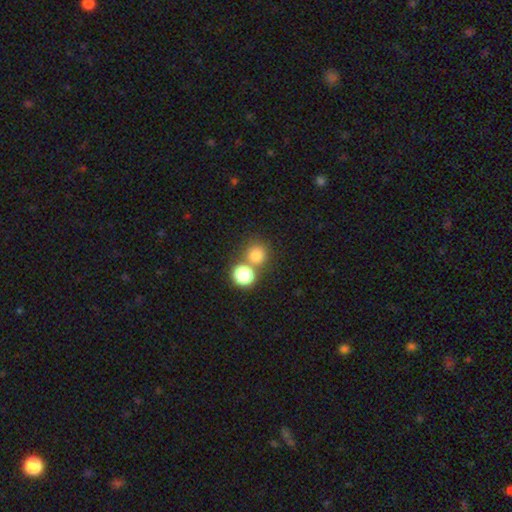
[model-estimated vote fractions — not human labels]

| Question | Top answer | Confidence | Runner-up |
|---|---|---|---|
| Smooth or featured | smooth | 77% | star or artifact (15%) |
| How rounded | round | 90% | in between (9%) |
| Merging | none | 59% | merger (31%) |